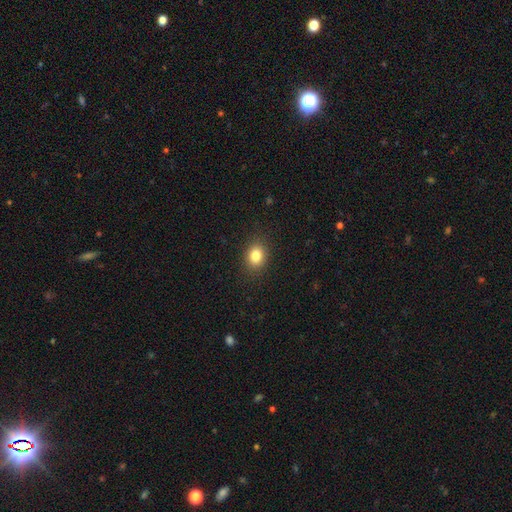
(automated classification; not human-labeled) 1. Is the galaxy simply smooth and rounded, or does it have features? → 83% smooth, 11% star or artifact, 7% featured or disk.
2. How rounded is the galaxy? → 51% in between, 48% round, 1% cigar-shaped.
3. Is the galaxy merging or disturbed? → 89% none, 8% minor disturbance, 2% major disturbance, 1% merger.